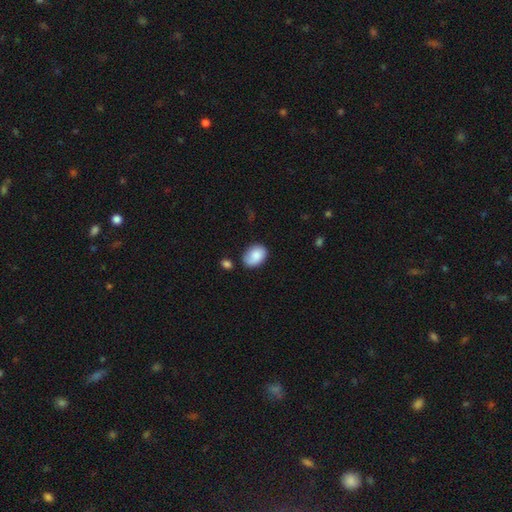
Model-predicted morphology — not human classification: This appears to be a smooth galaxy with no disk features (84%) that is in between round and cigar-shaped (82%). Merging: none (65%).